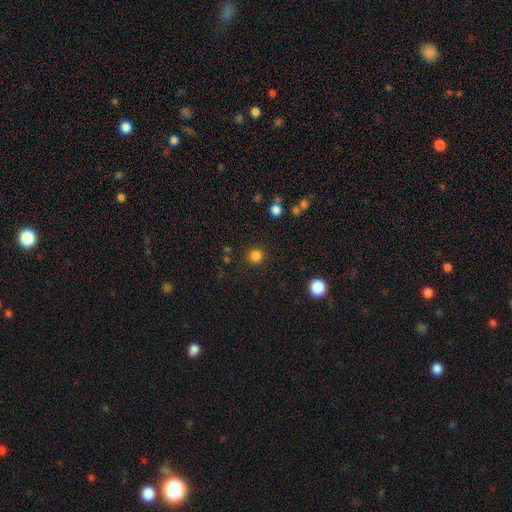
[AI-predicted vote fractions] Smooth or featured? smooth (83%)
How rounded? round (94%)
Merging? none (90%)